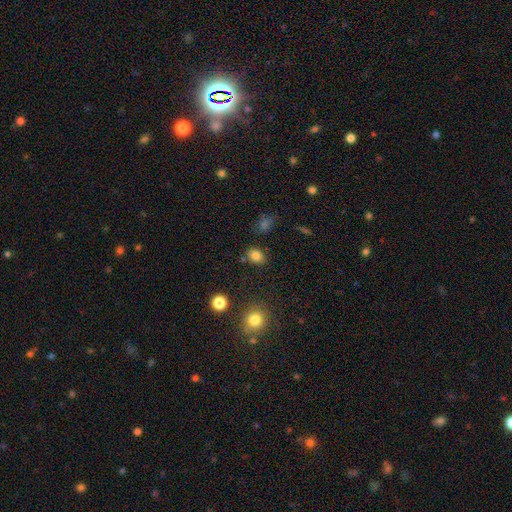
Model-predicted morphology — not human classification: Smooth or featured: smooth — 80% (star or artifact — 12%)
How rounded: in between — 58% (round — 41%)
Merging: none — 79% (minor disturbance — 13%)